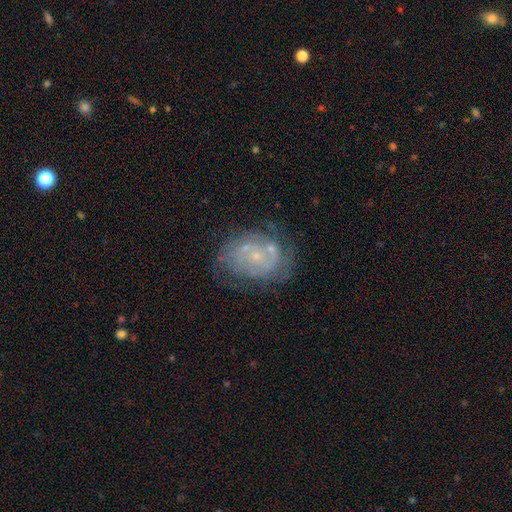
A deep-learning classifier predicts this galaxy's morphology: Smooth or featured? Predicted: featured or disk (p=0.72). Edge-on disk? Predicted: no (p=0.97). Bar? Predicted: no (p=0.77). Spiral arms? Predicted: yes (p=0.73). Spiral winding? Predicted: tight (p=0.59). Spiral arm count? Predicted: can't tell (p=0.47). Bulge size? Predicted: small (p=0.77). Merging? Predicted: none (p=0.61).